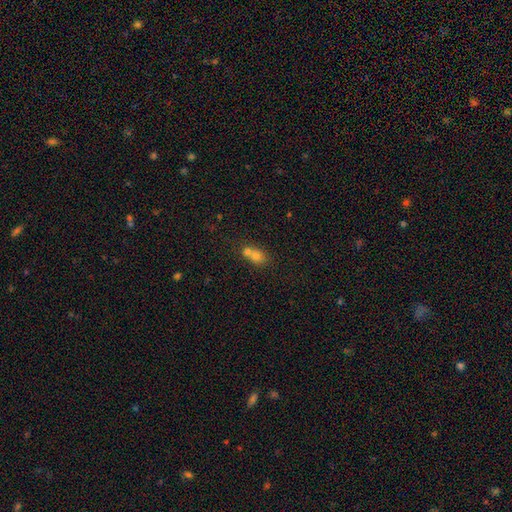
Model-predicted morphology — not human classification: A smooth galaxy with no disk features (71%) that is round (59%).

Vote fractions:
- Smooth or featured? smooth: 71% / star or artifact: 15% / featured or disk: 14%
- How rounded? round: 59% / in between: 39% / cigar-shaped: 2%
- Merging? merger: 59% / none: 31% / minor disturbance: 7% / major disturbance: 3%